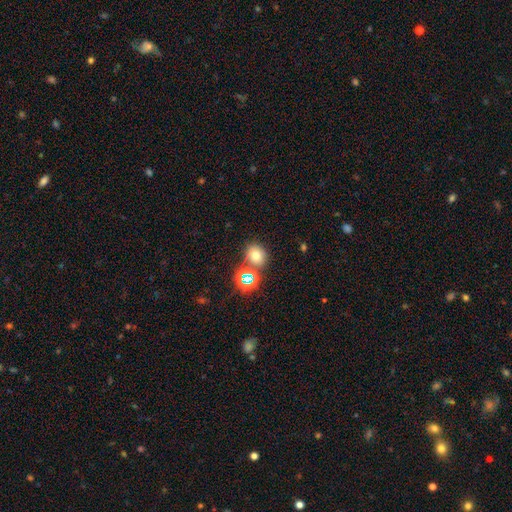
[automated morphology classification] Overall: smooth (67%). How rounded: round (69%; in between 30%). Merging: none (69%).